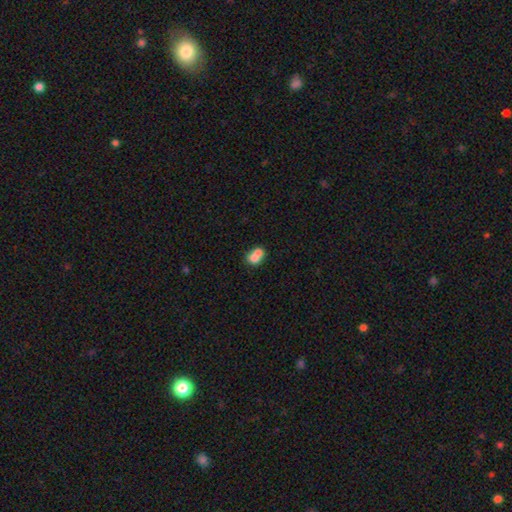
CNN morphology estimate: Smooth or featured: smooth — 70% (featured or disk — 20%)
How rounded: round — 51% (in between — 48%)
Merging: merger — 68% (none — 22%)